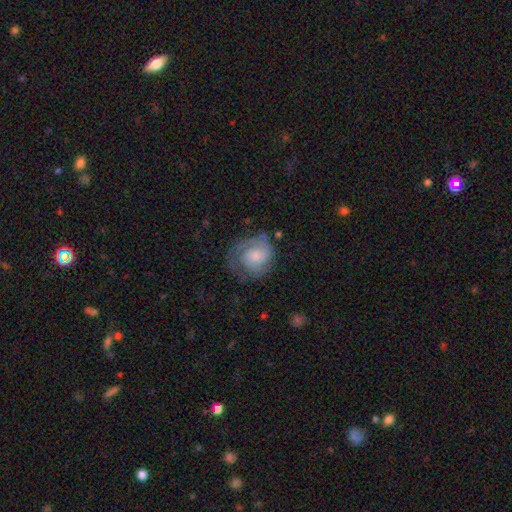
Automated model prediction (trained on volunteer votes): Morphology: type=featured or disk (65%); edge-on=no (98%); bar=no (71%); spiral arms=yes (90%); winding=tight (49%); arm count=2 (42%); bulge=small (35%); merging=none (58%).